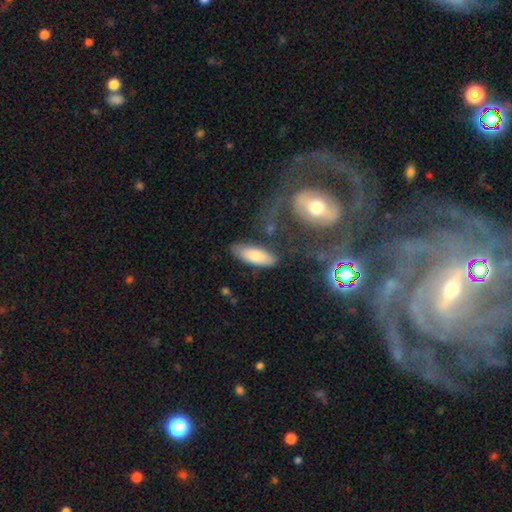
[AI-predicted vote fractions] This is likely a smooth galaxy (71%). How rounded: likely in between (71%). Merging: likely none (70%).